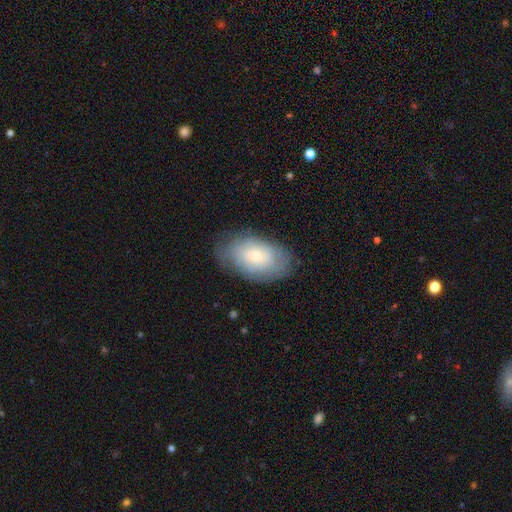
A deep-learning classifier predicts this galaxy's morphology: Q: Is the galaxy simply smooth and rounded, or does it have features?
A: smooth — 63%.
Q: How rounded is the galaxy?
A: in between — 91%.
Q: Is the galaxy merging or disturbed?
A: none — 77%.